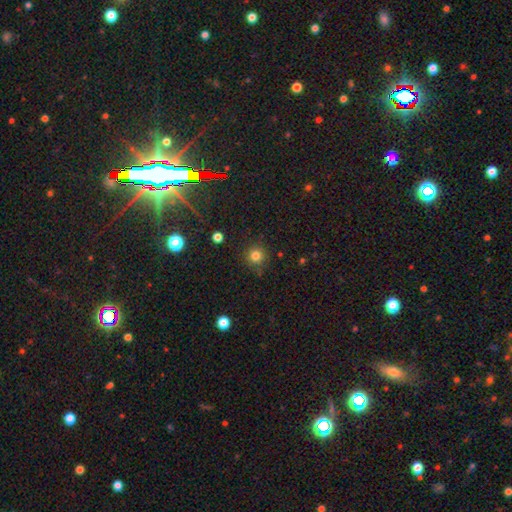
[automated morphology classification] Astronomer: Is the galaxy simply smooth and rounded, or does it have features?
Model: smooth — 79%.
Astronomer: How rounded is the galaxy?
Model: round — 94%.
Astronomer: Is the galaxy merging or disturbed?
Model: none — 86%.